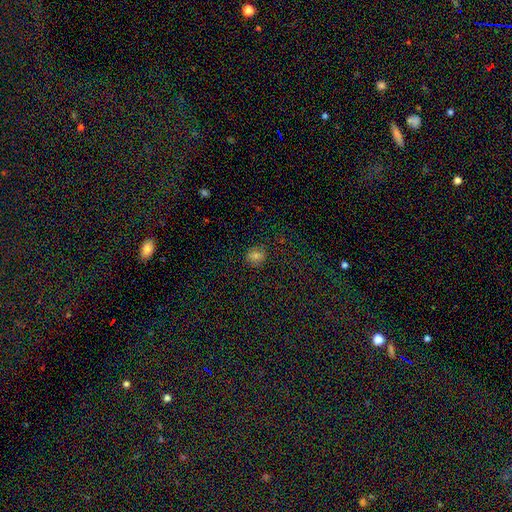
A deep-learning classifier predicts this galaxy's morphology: This is likely a smooth galaxy (74%). How rounded: clearly round (81%). Merging: clearly none (86%).